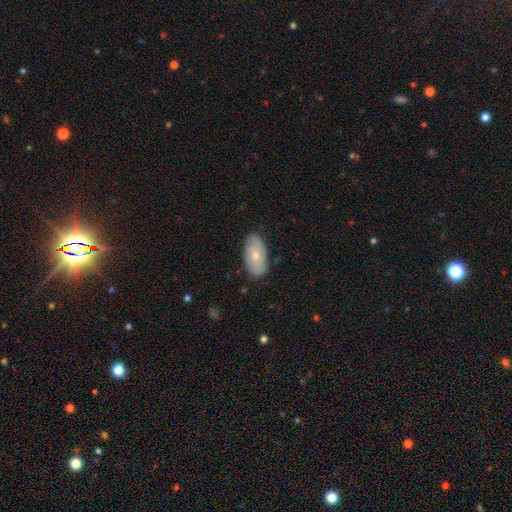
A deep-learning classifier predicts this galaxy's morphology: A smooth galaxy with no disk features (65%) that is in between round and cigar-shaped (93%).

Vote fractions:
- Smooth or featured? smooth: 65% / featured or disk: 29% / star or artifact: 7%
- How rounded? in between: 93% / round: 4% / cigar-shaped: 3%
- Merging? none: 83% / minor disturbance: 14% / major disturbance: 2% / merger: 1%